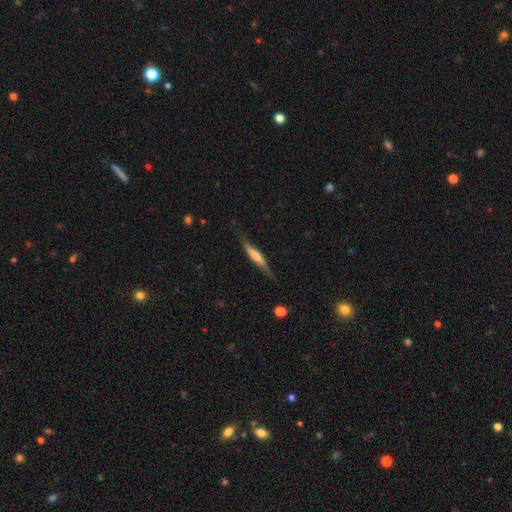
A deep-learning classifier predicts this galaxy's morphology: A smooth galaxy with no disk features (48%).

Vote fractions:
- Smooth or featured? smooth: 48% / featured or disk: 46% / star or artifact: 6%
- Merging? none: 72% / minor disturbance: 20% / major disturbance: 6% / merger: 2%